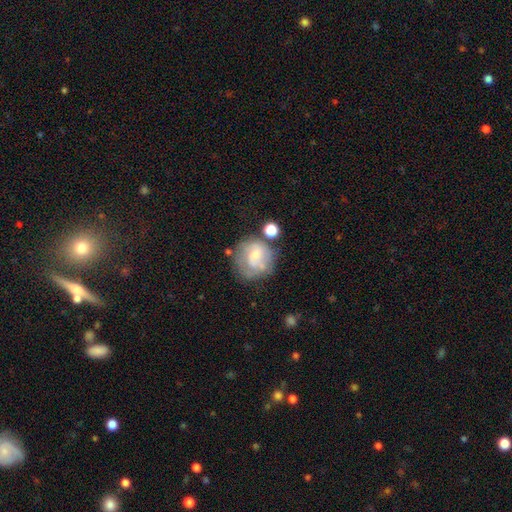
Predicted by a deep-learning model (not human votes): Smooth or featured? featured or disk (53%)
Edge-on disk? no (98%)
Bar? no (62%)
Spiral arms? yes (70%)
Bulge size? small (49%)
Merging? none (50%)